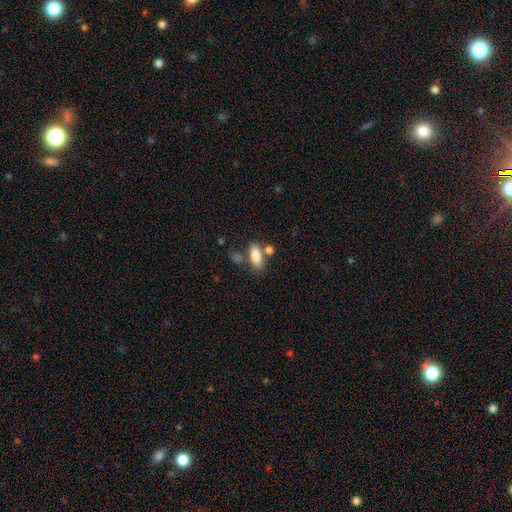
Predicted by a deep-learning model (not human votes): smooth-or-featured: smooth: 85% | featured or disk: 8% | star or artifact: 7%
  how-rounded: in between: 81% | cigar-shaped: 15% | round: 4%
  merging: none: 65% | merger: 17% | minor disturbance: 13% | major disturbance: 5%